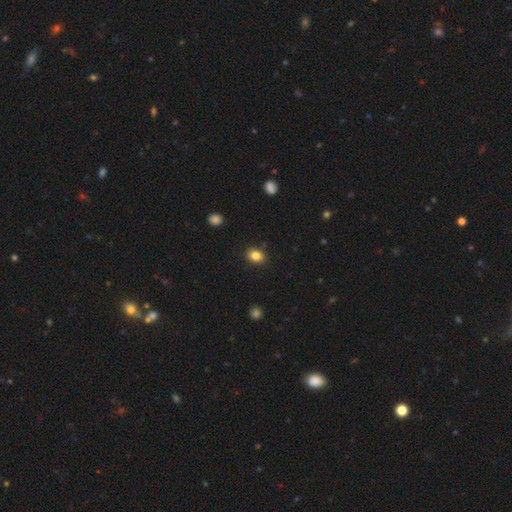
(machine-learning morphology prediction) smooth_or_featured: smooth (p=0.84) [alt: star or artifact p=0.10]
how_rounded: in between (p=0.62) [alt: round p=0.37]
merging: none (p=0.88) [alt: minor disturbance p=0.08]